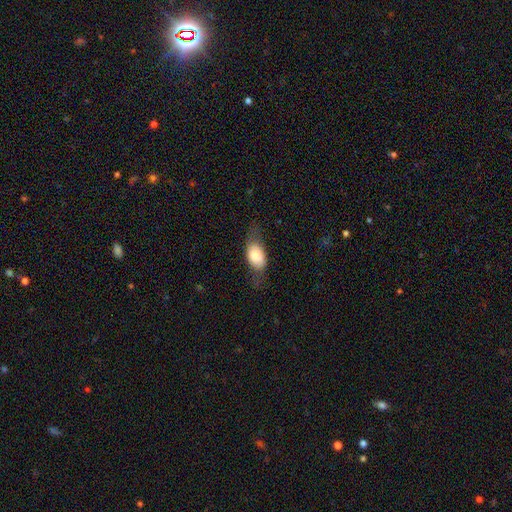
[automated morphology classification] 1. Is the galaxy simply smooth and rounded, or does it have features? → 72% smooth, 20% featured or disk, 7% star or artifact.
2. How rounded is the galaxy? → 83% in between, 11% round, 5% cigar-shaped.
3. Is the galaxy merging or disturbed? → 64% none, 22% minor disturbance, 12% major disturbance, 1% merger.